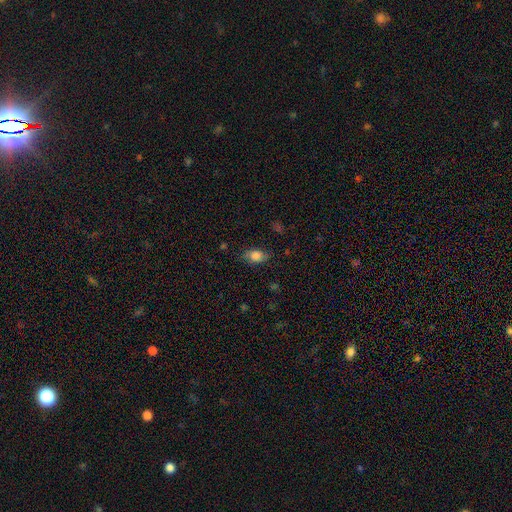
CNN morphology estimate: Q: Smooth or featured?
A: smooth (80%); runner-up: featured or disk (11%)
Q: How rounded?
A: in between (84%); runner-up: round (12%)
Q: Merging?
A: none (75%); runner-up: minor disturbance (18%)